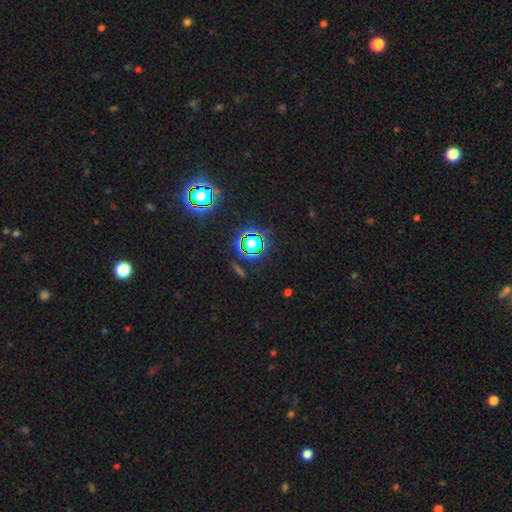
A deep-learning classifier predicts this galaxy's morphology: Smooth or featured? Predicted: star or artifact (p=0.80).